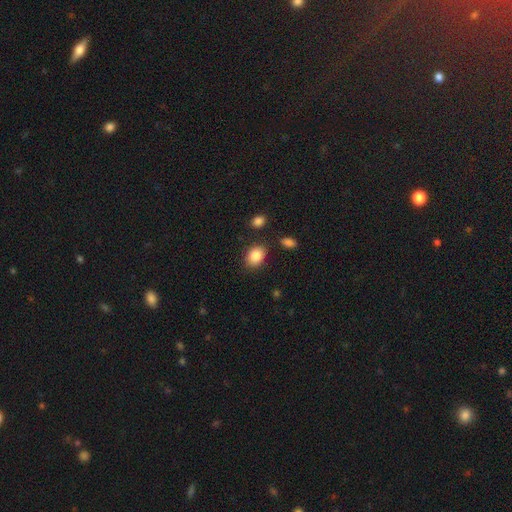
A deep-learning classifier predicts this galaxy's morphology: Smooth or featured?
  - smooth: 87% *
  - star or artifact: 8%
  - featured or disk: 6%
How rounded?
  - in between: 72% *
  - round: 27%
  - cigar-shaped: 1%
Merging?
  - none: 80% *
  - minor disturbance: 12%
  - merger: 4%
  - major disturbance: 3%